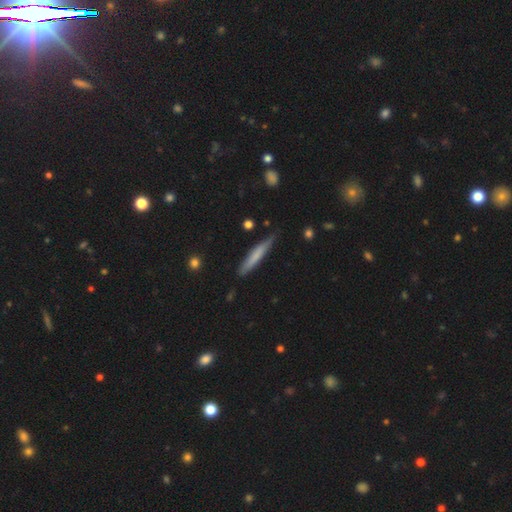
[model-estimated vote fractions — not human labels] smooth 65%, featured or disk 29%, star or artifact 6%. Down the decision tree: how rounded — cigar-shaped (93%); merging — none (78%).